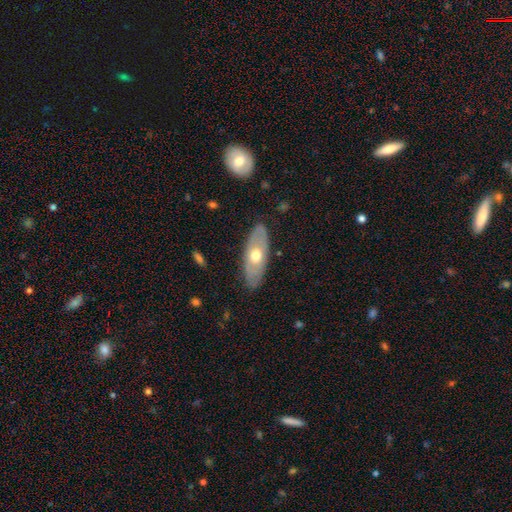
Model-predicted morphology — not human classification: Smooth or featured?
  - smooth: 48% *
  - featured or disk: 46%
  - star or artifact: 5%
Merging?
  - none: 84% *
  - minor disturbance: 12%
  - major disturbance: 3%
  - merger: 1%